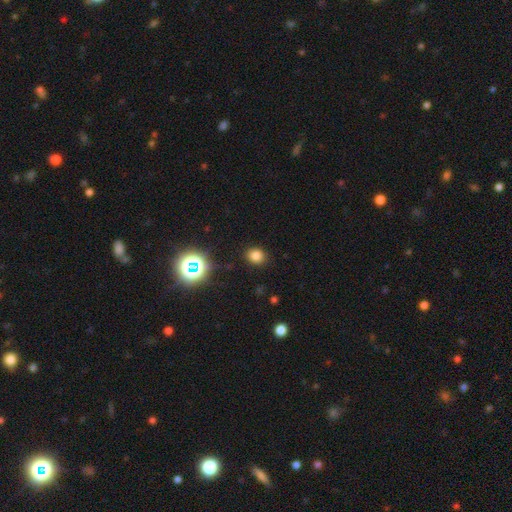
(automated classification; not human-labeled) Smooth or featured: smooth — 76% (star or artifact — 18%)
How rounded: round — 71% (in between — 28%)
Merging: none — 89% (minor disturbance — 7%)